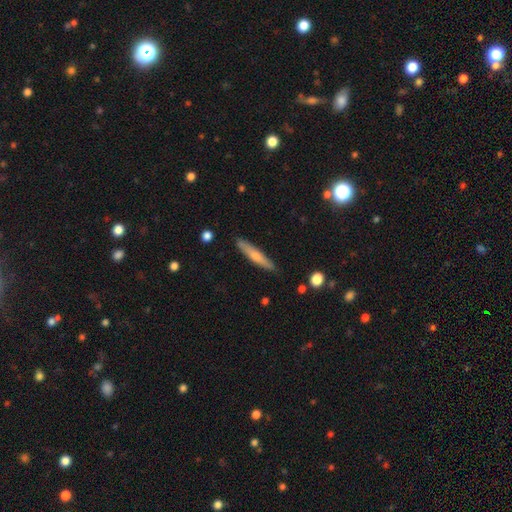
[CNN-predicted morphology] smooth 61%, featured or disk 33%, star or artifact 6%. Down the decision tree: how rounded — cigar-shaped (90%); merging — none (88%).